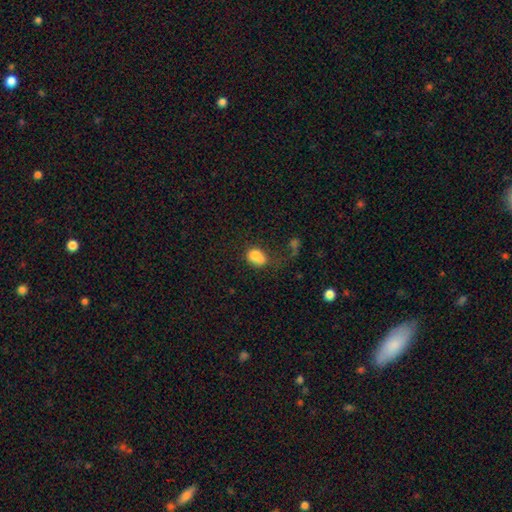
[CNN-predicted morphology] Q: Smooth or featured?
A: smooth (78%); runner-up: featured or disk (12%)
Q: How rounded?
A: in between (50%); runner-up: round (49%)
Q: Merging?
A: none (34%); runner-up: merger (25%)